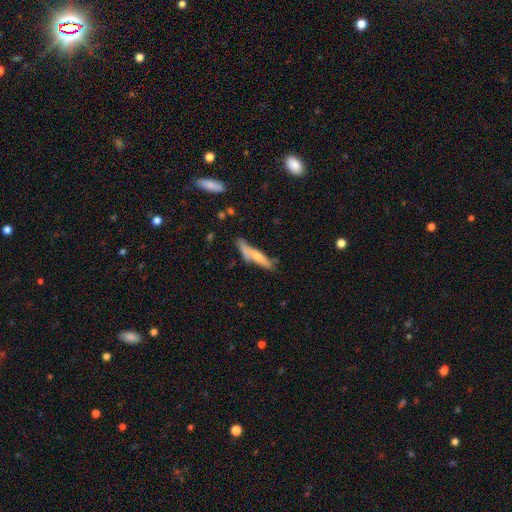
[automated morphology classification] Smooth or featured? smooth (58%)
How rounded? cigar-shaped (86%)
Merging? none (53%)